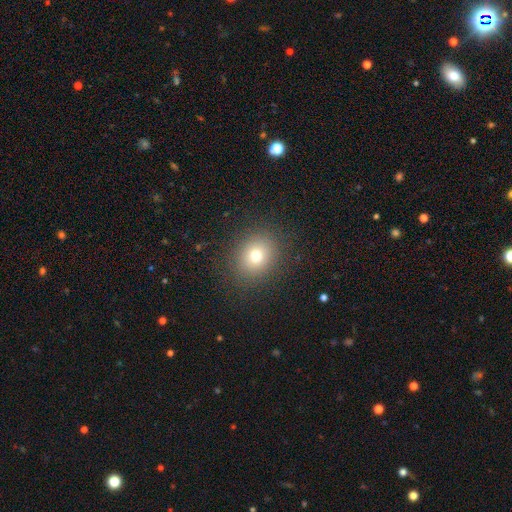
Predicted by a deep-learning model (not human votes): Smooth or featured: smooth — 74% (star or artifact — 16%)
How rounded: round — 72% (in between — 27%)
Merging: none — 87% (minor disturbance — 8%)